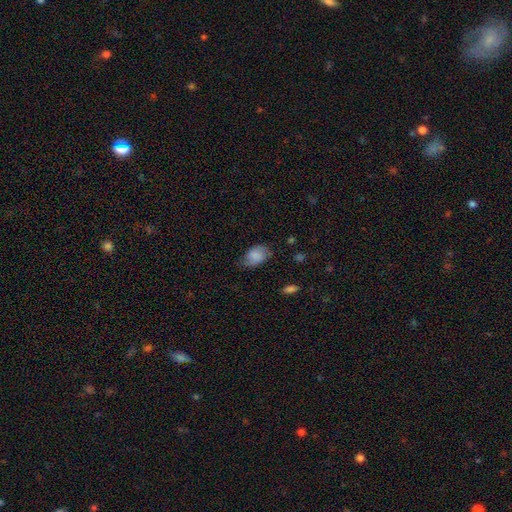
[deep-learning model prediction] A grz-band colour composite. It shows a smooth galaxy with no disk features (80%) that is in between round and cigar-shaped (83%). Merging: none (62%).